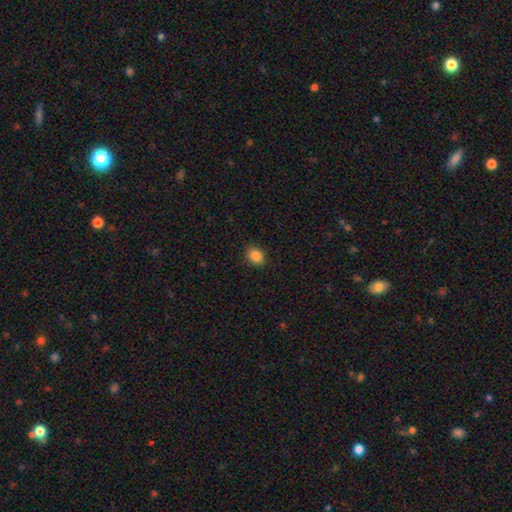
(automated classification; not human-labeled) A smooth galaxy with no disk features (86%) that is in between round and cigar-shaped (59%). Merging: none (89%).